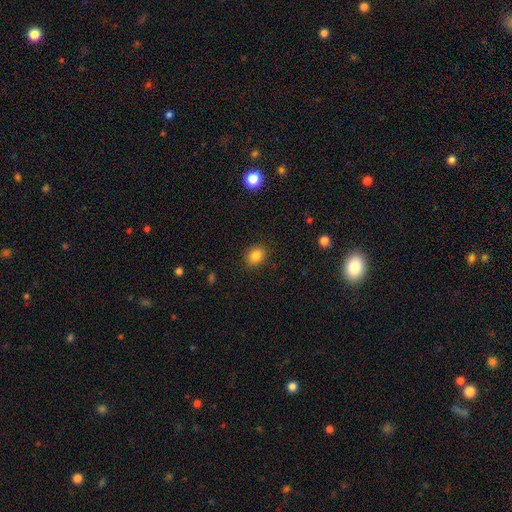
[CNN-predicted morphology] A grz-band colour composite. It shows a smooth galaxy with no disk features (84%) that is round (58%). Merging: none (88%).